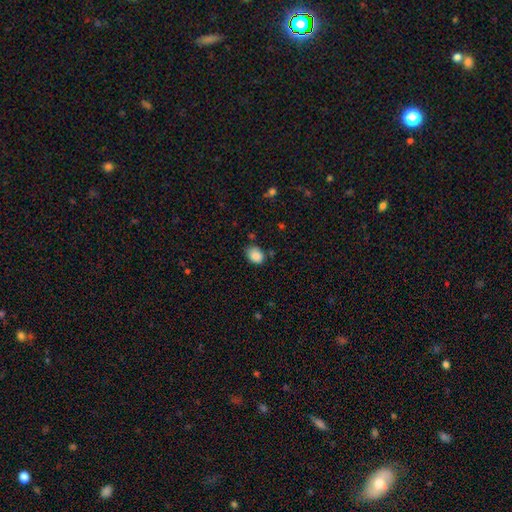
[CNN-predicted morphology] Overall: smooth (87%). How rounded: in between (63%; round 36%). Merging: none (71%).